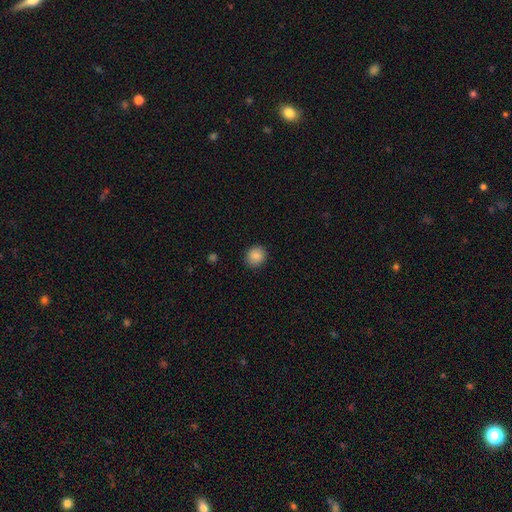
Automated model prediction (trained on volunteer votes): A smooth galaxy with no disk features (87%) that is round (86%).

Vote fractions:
- Smooth or featured? smooth: 87% / star or artifact: 9% / featured or disk: 4%
- How rounded? round: 86% / in between: 13% / cigar-shaped: 1%
- Merging? none: 90% / minor disturbance: 7% / major disturbance: 2% / merger: 1%